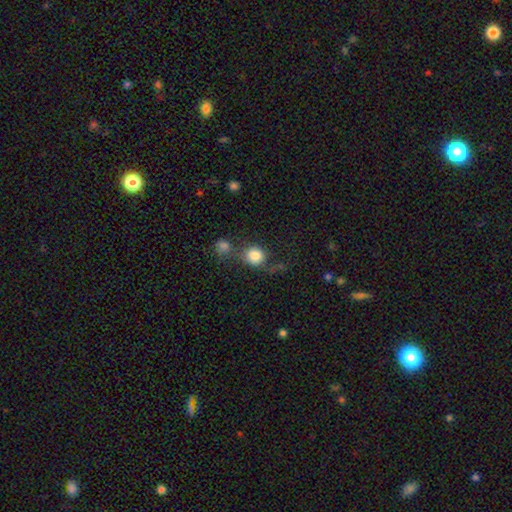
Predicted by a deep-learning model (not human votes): Morphology: type=smooth (82%); roundness=round (81%); merging=none (50%).